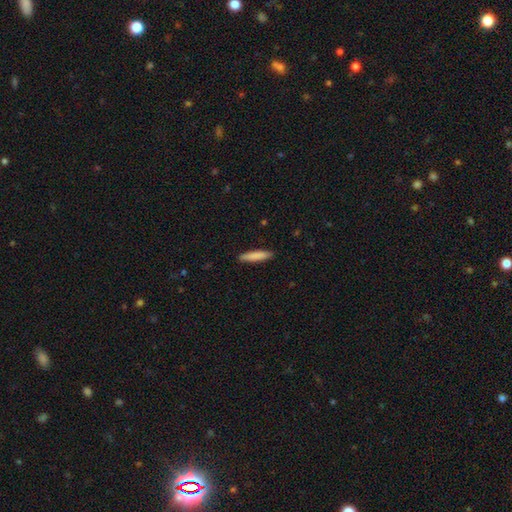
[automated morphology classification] smooth_or_featured: smooth (p=0.83) [alt: featured or disk p=0.11]
how_rounded: cigar-shaped (p=0.88) [alt: in between p=0.11]
merging: none (p=0.89) [alt: minor disturbance p=0.08]